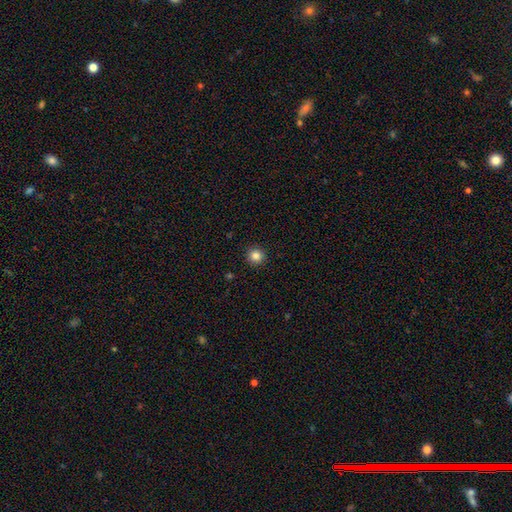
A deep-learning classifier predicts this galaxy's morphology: type=smooth (84%); roundness=round (94%); merging=none (92%).